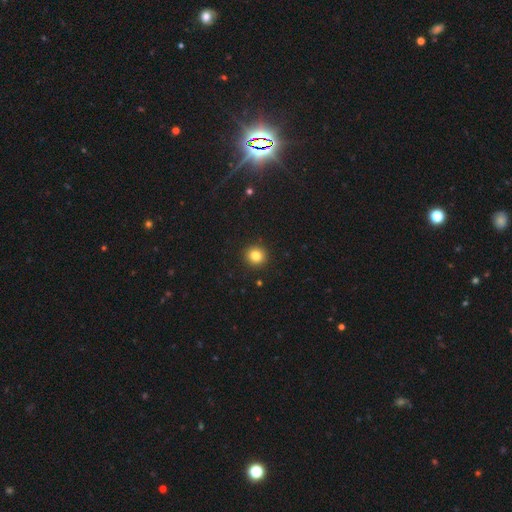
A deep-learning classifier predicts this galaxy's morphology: This appears to be a smooth galaxy with no disk features (83%) that is round (92%). Merging: none (93%).